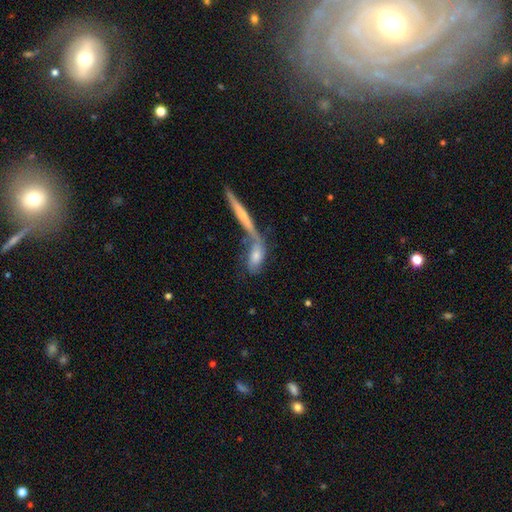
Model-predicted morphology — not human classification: Smooth or featured?
  - smooth: 59% *
  - featured or disk: 34%
  - star or artifact: 7%
How rounded?
  - in between: 59% *
  - cigar-shaped: 36%
  - round: 5%
Merging?
  - merger: 49% *
  - none: 33%
  - minor disturbance: 12%
  - major disturbance: 7%